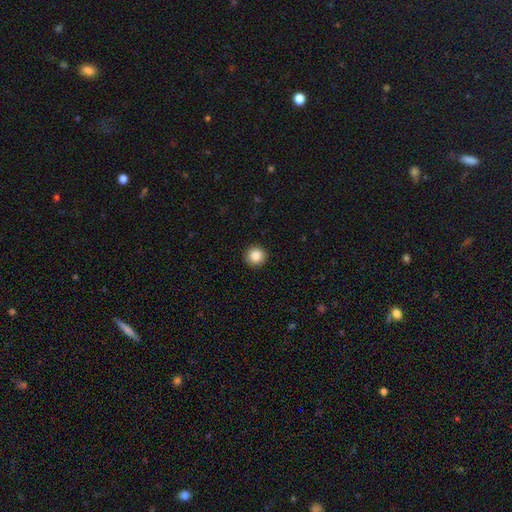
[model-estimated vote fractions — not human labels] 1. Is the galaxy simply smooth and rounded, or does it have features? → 88% smooth, 9% star or artifact, 3% featured or disk.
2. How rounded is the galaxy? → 96% round, 3% in between, 1% cigar-shaped.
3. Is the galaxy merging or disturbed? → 93% none, 5% minor disturbance, 2% major disturbance, 1% merger.